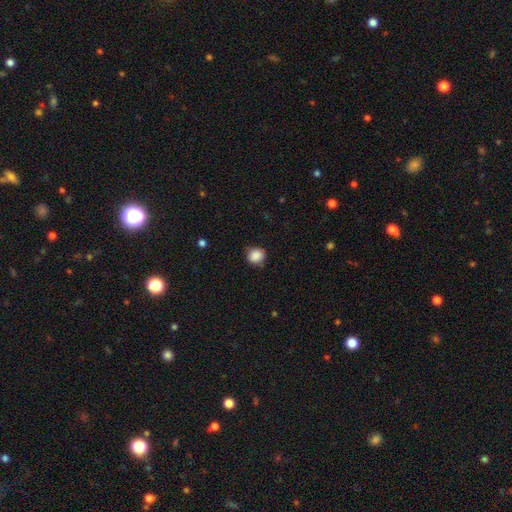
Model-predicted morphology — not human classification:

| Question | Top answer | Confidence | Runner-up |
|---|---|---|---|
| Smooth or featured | smooth | 88% | star or artifact (9%) |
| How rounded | round | 83% | in between (16%) |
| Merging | none | 81% | minor disturbance (15%) |